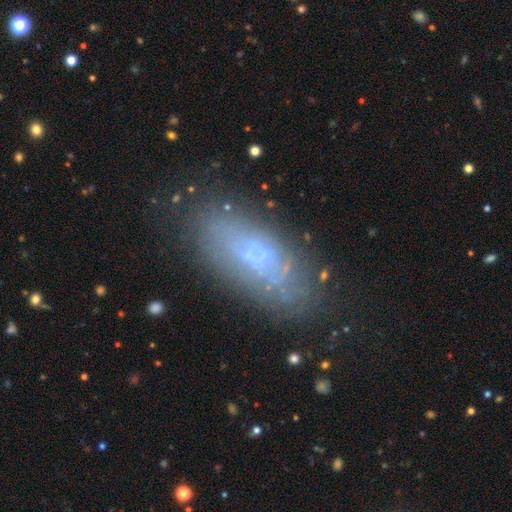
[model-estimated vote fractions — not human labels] Overall: featured or disk (49%; smooth 40%). Merging: none (72%).